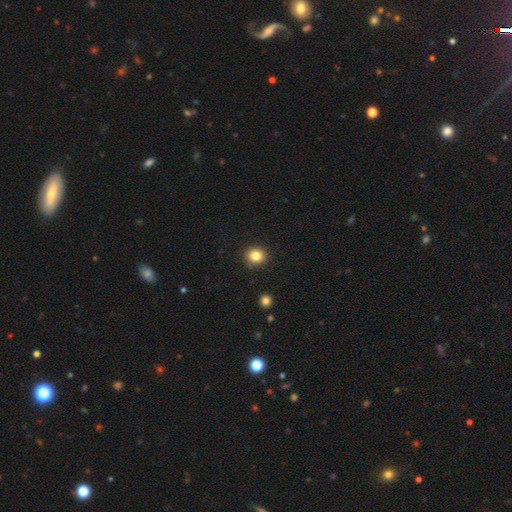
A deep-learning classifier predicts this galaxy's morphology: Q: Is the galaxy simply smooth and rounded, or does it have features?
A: smooth — 83%.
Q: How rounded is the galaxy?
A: round — 83%.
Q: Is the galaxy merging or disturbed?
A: none — 89%.